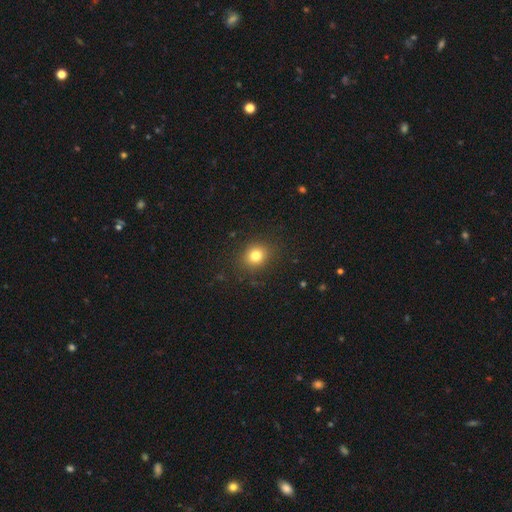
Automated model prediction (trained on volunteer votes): A smooth galaxy with no disk features (79%) that is round (76%).

Vote fractions:
- Smooth or featured? smooth: 79% / star or artifact: 13% / featured or disk: 7%
- How rounded? round: 76% / in between: 23% / cigar-shaped: 1%
- Merging? none: 88% / minor disturbance: 8% / major disturbance: 3% / merger: 1%